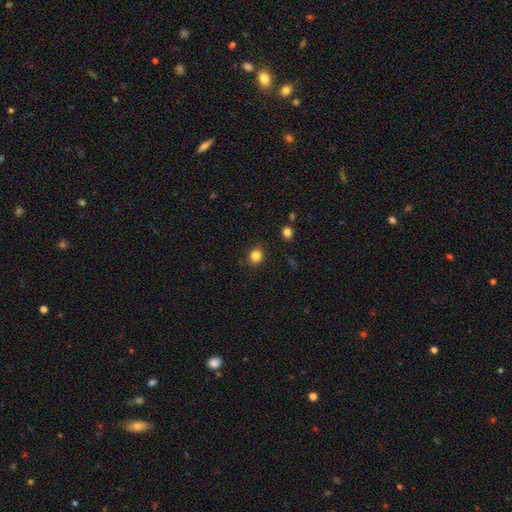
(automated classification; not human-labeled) The model was most divided on "how rounded": round: 82%, in between: 17%, cigar-shaped: 1%. More confident: merging — none (90%); smooth or featured — smooth (83%).